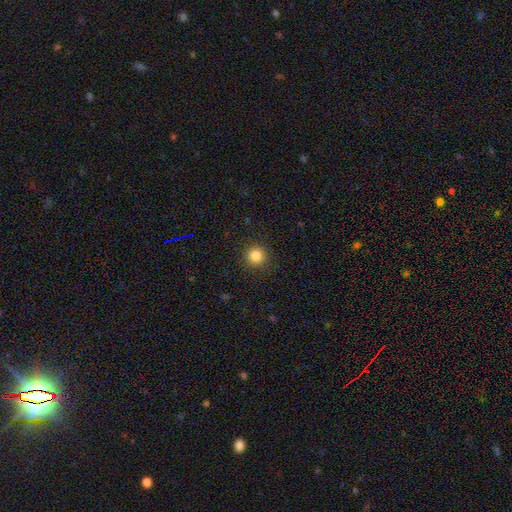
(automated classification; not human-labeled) Q: Smooth or featured?
A: smooth (84%); runner-up: star or artifact (12%)
Q: How rounded?
A: round (94%); runner-up: in between (5%)
Q: Merging?
A: none (91%); runner-up: minor disturbance (6%)